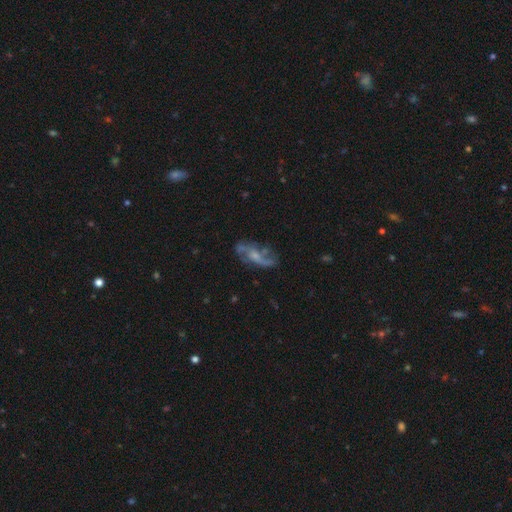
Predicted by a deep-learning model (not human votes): The model was most divided on "bulge size": small: 39%, moderate: 35%, none: 20%, large: 5%, dominant: 1%. More confident: edge-on disk — no (90%); spiral arms — yes (82%); smooth or featured — featured or disk (73%); spiral arm count — 2 (68%); spiral winding — loose (61%); merging — none (60%); bar — no (57%).